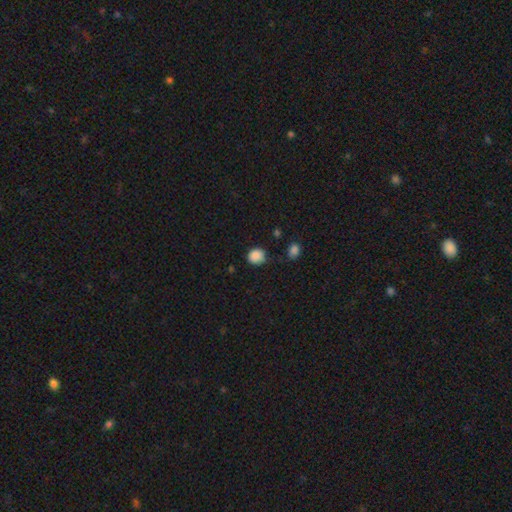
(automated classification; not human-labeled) This is clearly a smooth galaxy (87%). How rounded: likely round (79%). Merging: likely none (76%).